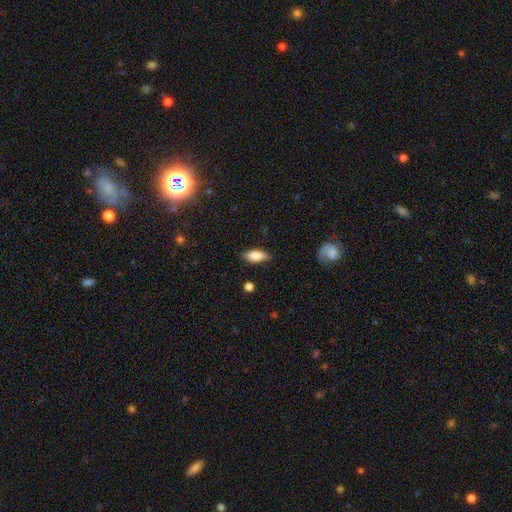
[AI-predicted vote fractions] smooth-or-featured: smooth: 79% | featured or disk: 14% | star or artifact: 7%
  how-rounded: in between: 82% | cigar-shaped: 16% | round: 3%
  merging: none: 83% | minor disturbance: 13% | major disturbance: 3% | merger: 1%